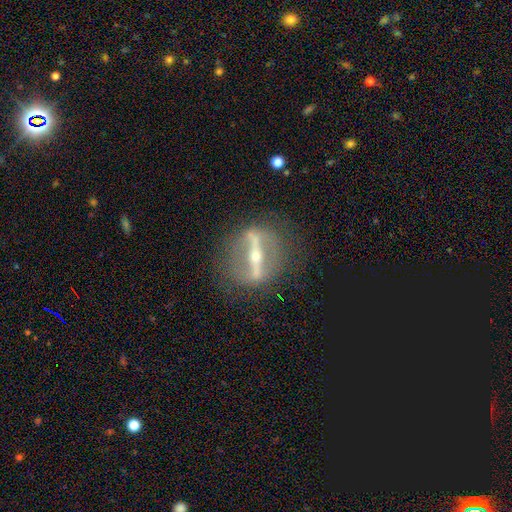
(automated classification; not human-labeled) Smooth or featured: featured or disk — 85% (star or artifact — 7%)
Edge-on disk: no — 60% (yes — 40%)
Bar: strong — 89% (weak — 7%)
Spiral arms: no — 69% (yes — 31%)
Bulge size: small — 59% (moderate — 37%)
Merging: none — 77% (minor disturbance — 13%)